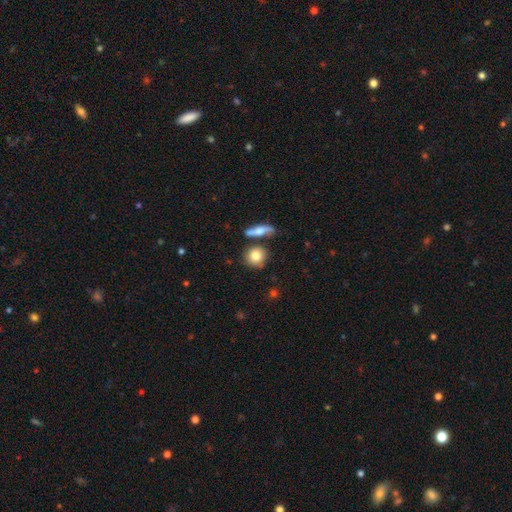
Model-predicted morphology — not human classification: The model was most divided on "merging": none: 70%, merger: 14%, minor disturbance: 12%, major disturbance: 4%. More confident: how rounded — round (83%); smooth or featured — smooth (79%).